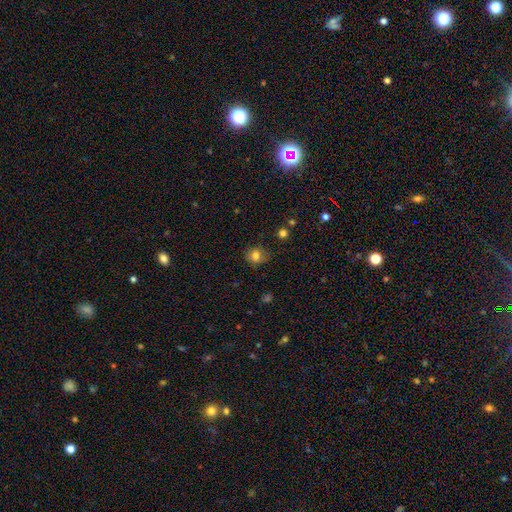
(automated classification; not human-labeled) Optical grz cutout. It shows a smooth galaxy with no disk features (79%) that is round (79%). Merging: none (80%).